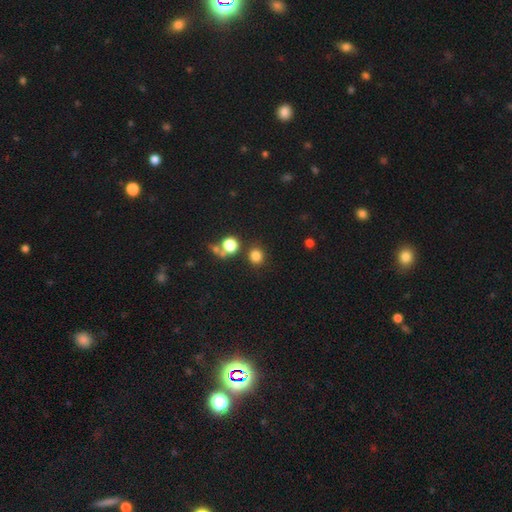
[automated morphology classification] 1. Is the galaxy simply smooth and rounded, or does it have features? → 81% smooth, 14% star or artifact, 5% featured or disk.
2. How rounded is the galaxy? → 88% round, 11% in between, 1% cigar-shaped.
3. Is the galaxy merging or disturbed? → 80% none, 9% merger, 8% minor disturbance, 3% major disturbance.